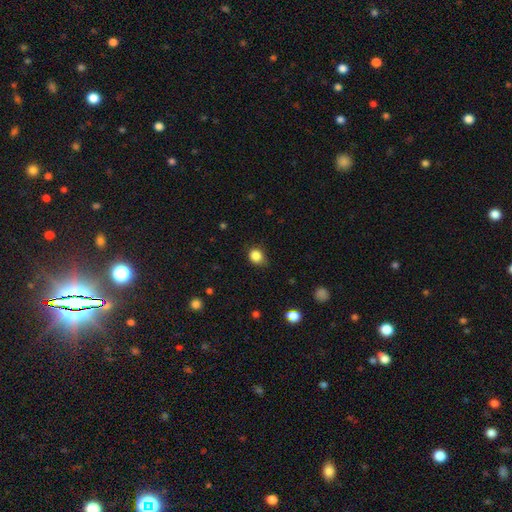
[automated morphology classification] Smooth or featured? Predicted: smooth (p=0.86). How rounded? Predicted: round (p=0.66). Merging? Predicted: none (p=0.76).